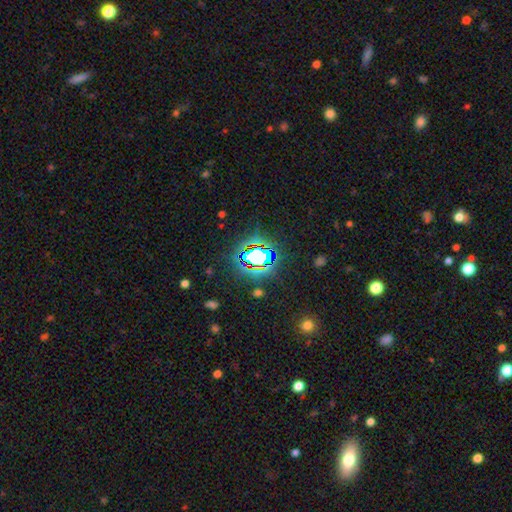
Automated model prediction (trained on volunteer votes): A star or artifact, not a galaxy (70%).